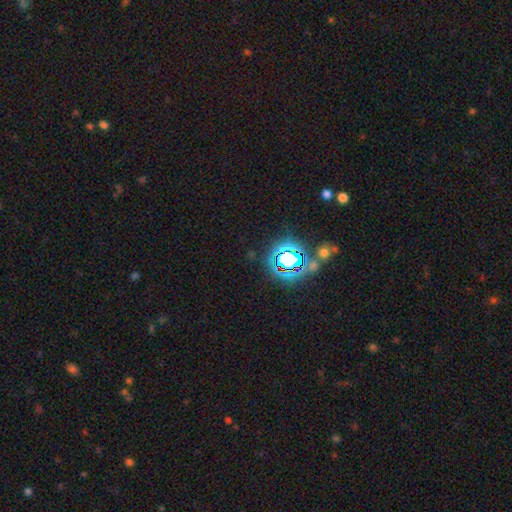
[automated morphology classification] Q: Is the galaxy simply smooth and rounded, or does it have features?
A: star or artifact — 78%.